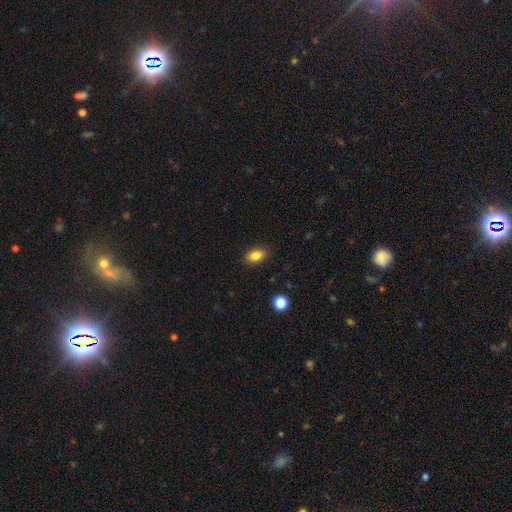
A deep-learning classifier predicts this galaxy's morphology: A smooth galaxy with no disk features (85%) that is in between round and cigar-shaped (88%). Merging: none (88%).